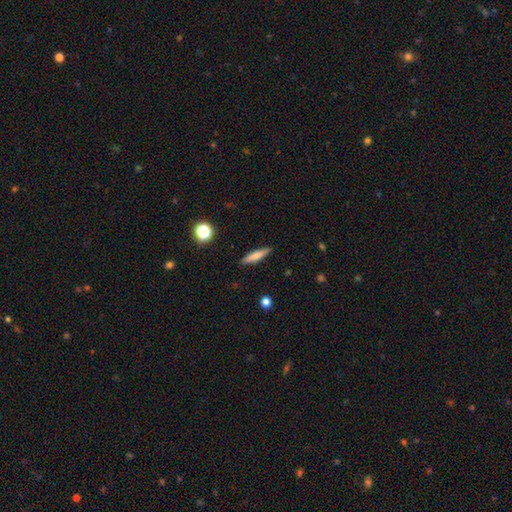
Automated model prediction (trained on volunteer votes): The model was most divided on "smooth or featured": smooth: 71%, featured or disk: 22%, star or artifact: 8%. More confident: merging — none (89%); how rounded — cigar-shaped (84%).